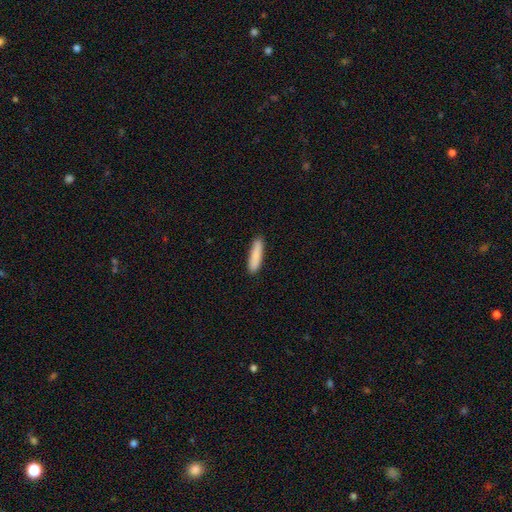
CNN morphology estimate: smooth-or-featured: smooth: 88% | featured or disk: 7% | star or artifact: 6%
  how-rounded: cigar-shaped: 80% | in between: 18% | round: 1%
  merging: none: 89% | minor disturbance: 8% | major disturbance: 2% | merger: 1%